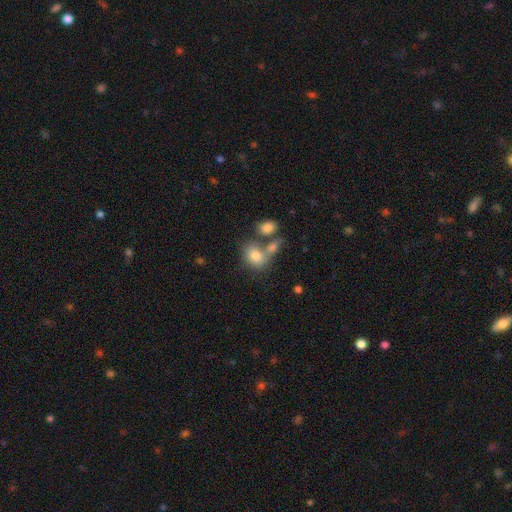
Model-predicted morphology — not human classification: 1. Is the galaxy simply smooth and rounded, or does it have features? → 78% smooth, 13% featured or disk, 10% star or artifact.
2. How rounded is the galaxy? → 60% in between, 38% round, 1% cigar-shaped.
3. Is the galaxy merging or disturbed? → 45% none, 37% merger, 12% minor disturbance, 6% major disturbance.